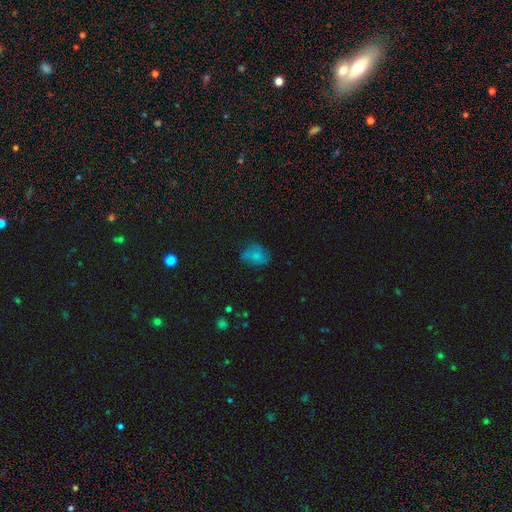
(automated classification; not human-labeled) Smooth or featured? smooth (71%)
How rounded? in between (68%)
Merging? none (59%)